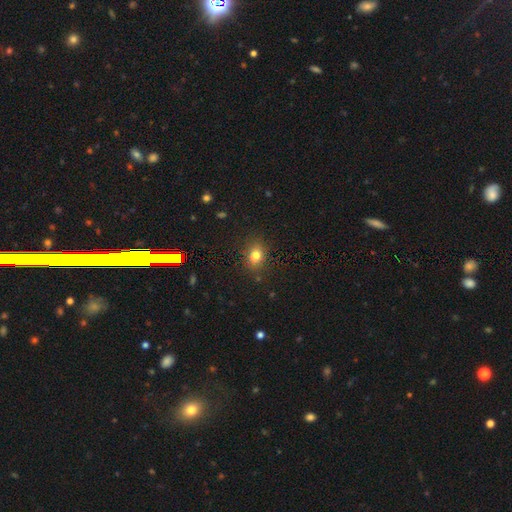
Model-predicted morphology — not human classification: smooth-or-featured: smooth: 78% | star or artifact: 14% | featured or disk: 8%
  how-rounded: in between: 53% | round: 46% | cigar-shaped: 1%
  merging: none: 85% | minor disturbance: 11% | major disturbance: 3% | merger: 1%